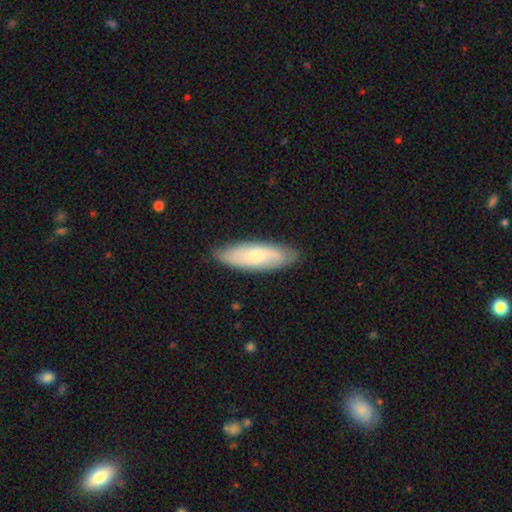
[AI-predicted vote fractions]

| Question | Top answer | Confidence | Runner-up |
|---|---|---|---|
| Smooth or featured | smooth | 57% | featured or disk (38%) |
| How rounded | in between | 59% | cigar-shaped (39%) |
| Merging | none | 82% | minor disturbance (15%) |